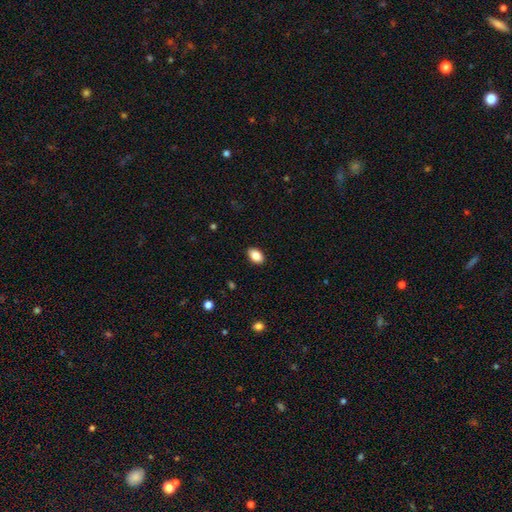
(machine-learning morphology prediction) smooth-or-featured: smooth: 87% | star or artifact: 8% | featured or disk: 6%
  how-rounded: in between: 90% | round: 9% | cigar-shaped: 2%
  merging: none: 89% | minor disturbance: 8% | major disturbance: 2% | merger: 1%